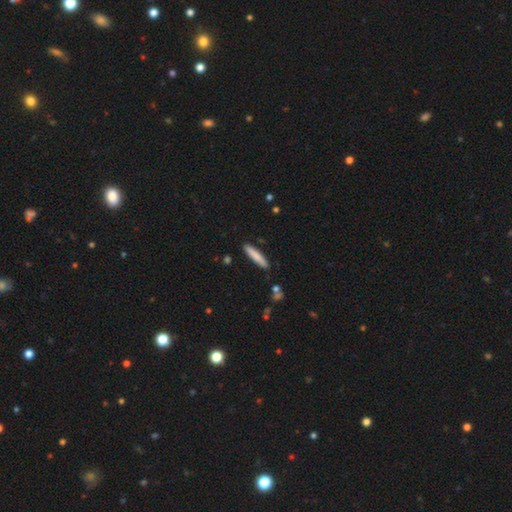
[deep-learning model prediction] A smooth galaxy with no disk features (80%) that is cigar-shaped (91%).

Vote fractions:
- Smooth or featured? smooth: 80% / featured or disk: 14% / star or artifact: 6%
- How rounded? cigar-shaped: 91% / in between: 8% / round: 1%
- Merging? none: 89% / minor disturbance: 8% / merger: 2% / major disturbance: 2%